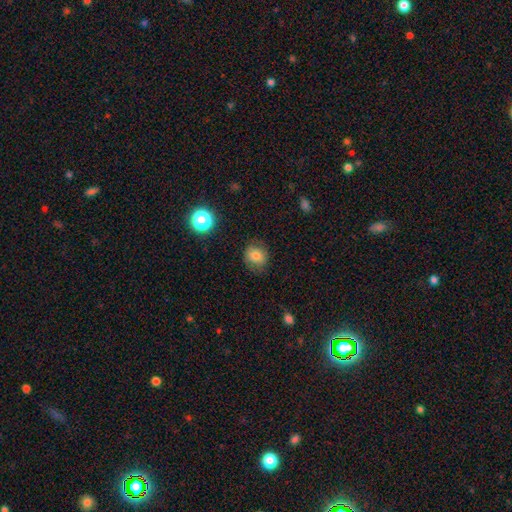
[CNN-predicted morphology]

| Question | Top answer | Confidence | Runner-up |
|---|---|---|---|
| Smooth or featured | smooth | 78% | star or artifact (12%) |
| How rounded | round | 73% | in between (26%) |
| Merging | none | 78% | minor disturbance (16%) |